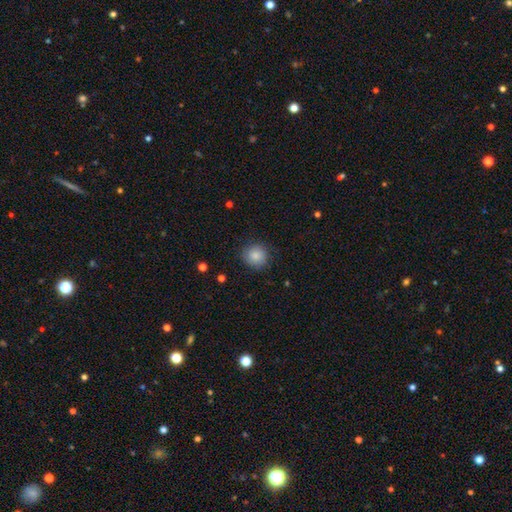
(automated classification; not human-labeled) A smooth galaxy with no disk features (83%) that is round (90%). Merging: none (83%).